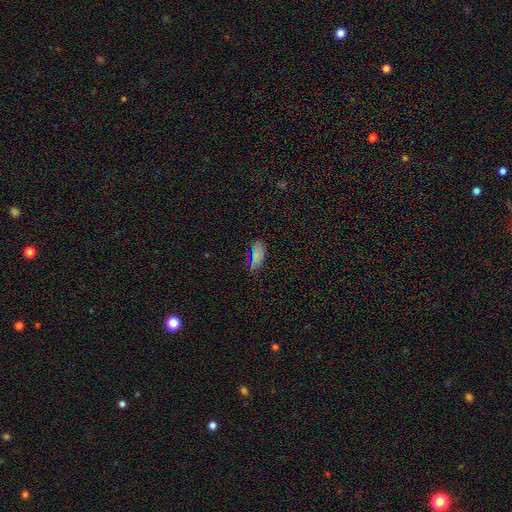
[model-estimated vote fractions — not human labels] Smooth or featured?
  - smooth: 67% *
  - star or artifact: 25%
  - featured or disk: 8%
How rounded?
  - in between: 87% *
  - cigar-shaped: 9%
  - round: 4%
Merging?
  - none: 73% *
  - minor disturbance: 19%
  - major disturbance: 5%
  - merger: 3%